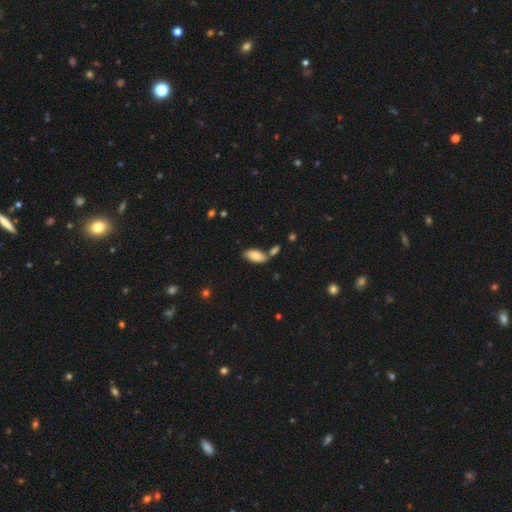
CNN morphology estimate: A smooth galaxy with no disk features (82%) that is in between round and cigar-shaped (91%). Merging: none (65%).